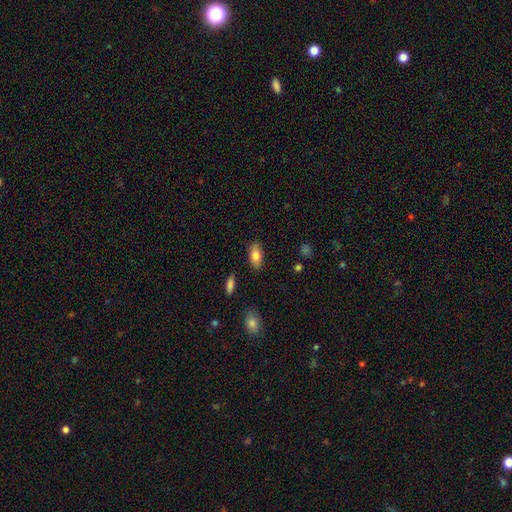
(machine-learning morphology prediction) smooth 80%, featured or disk 13%, star or artifact 7%. Down the decision tree: how rounded — in between (90%); merging — none (84%).